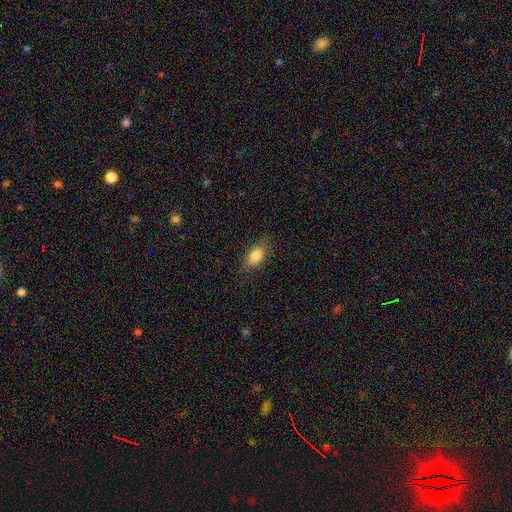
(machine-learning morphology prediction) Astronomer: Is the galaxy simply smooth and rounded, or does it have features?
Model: smooth — 84%.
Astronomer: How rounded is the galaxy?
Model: in between — 87%.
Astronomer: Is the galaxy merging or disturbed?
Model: none — 82%.